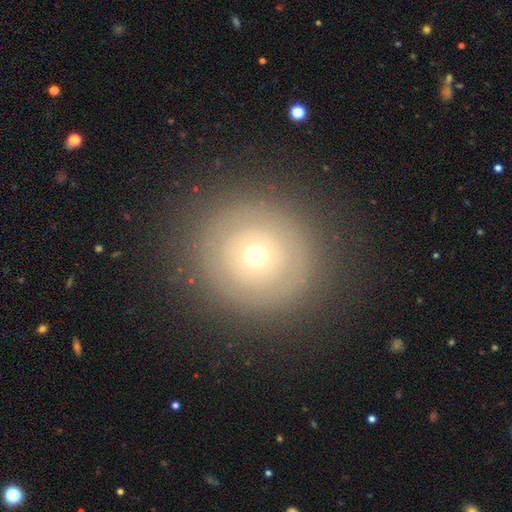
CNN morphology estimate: This appears to be a smooth galaxy with no disk features (56%) that is round (93%). Merging: none (85%).